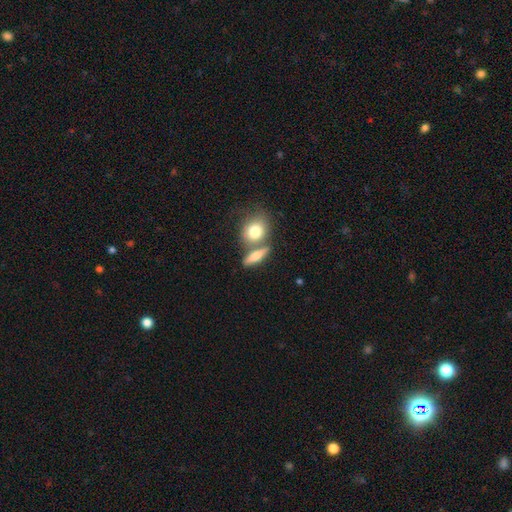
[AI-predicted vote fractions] Overall: smooth (69%). How rounded: in between (46%; cigar-shaped 30%). Merging: none (56%; merger 29%).